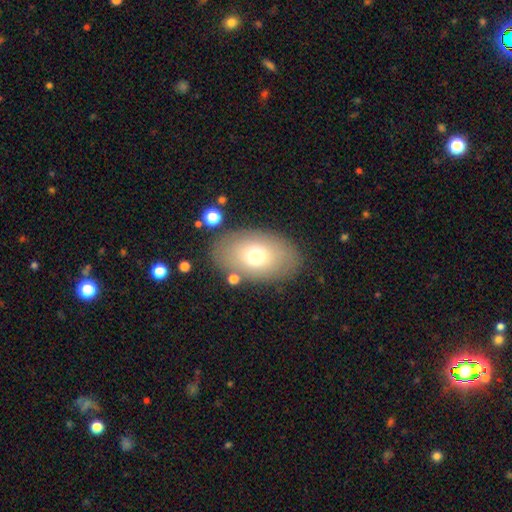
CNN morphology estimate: A smooth galaxy with no disk features (69%) that is in between round and cigar-shaped (87%). Merging: none (81%).